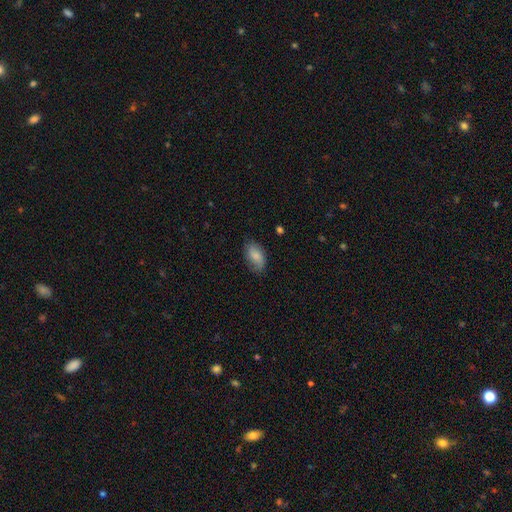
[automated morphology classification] type=smooth (79%); roundness=in between (93%); merging=none (72%).